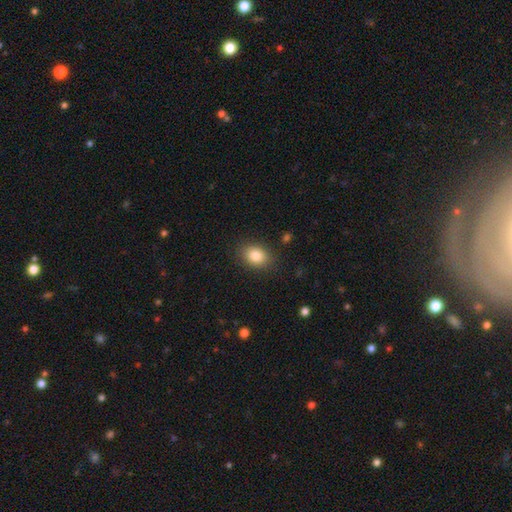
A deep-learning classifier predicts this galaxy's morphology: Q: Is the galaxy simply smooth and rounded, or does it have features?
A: smooth — 85%.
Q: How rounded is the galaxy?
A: in between — 63%.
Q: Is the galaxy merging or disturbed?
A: none — 86%.